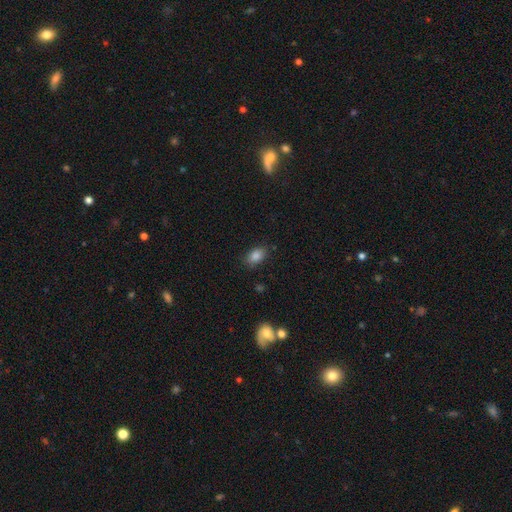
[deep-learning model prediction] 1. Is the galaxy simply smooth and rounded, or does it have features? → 85% smooth, 9% star or artifact, 5% featured or disk.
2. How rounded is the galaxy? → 85% in between, 14% round, 2% cigar-shaped.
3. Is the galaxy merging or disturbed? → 82% none, 14% minor disturbance, 3% major disturbance, 1% merger.